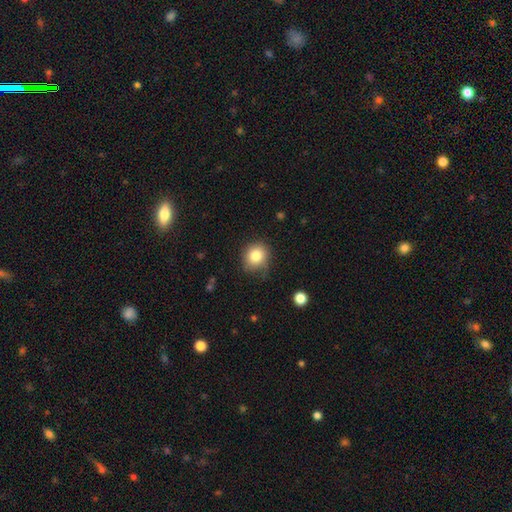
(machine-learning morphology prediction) smooth 82%, star or artifact 10%, featured or disk 8%. Down the decision tree: how rounded — round (81%); merging — none (74%).